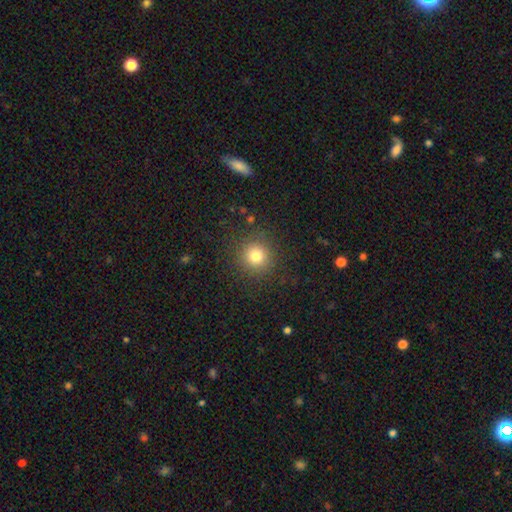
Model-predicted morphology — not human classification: The model was most divided on "smooth or featured": smooth: 78%, star or artifact: 15%, featured or disk: 7%. More confident: how rounded — round (94%); merging — none (89%).